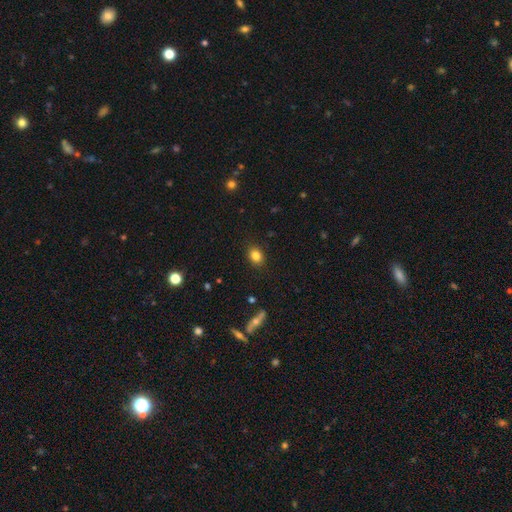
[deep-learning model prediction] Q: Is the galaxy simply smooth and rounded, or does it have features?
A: smooth — 82%.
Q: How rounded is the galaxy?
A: in between — 57%.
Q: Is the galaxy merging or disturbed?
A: none — 88%.